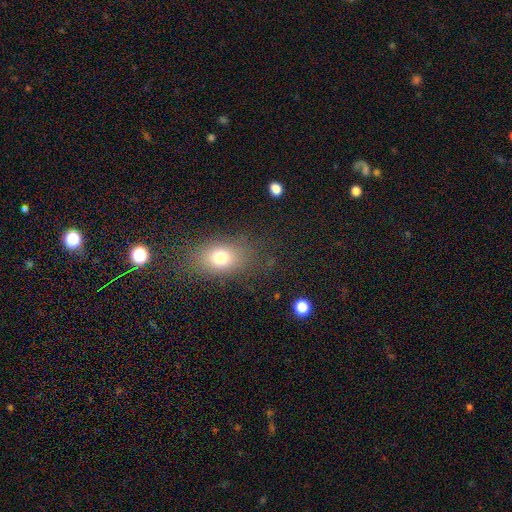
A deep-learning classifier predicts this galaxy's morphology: Smooth or featured? Predicted: smooth (p=0.67). How rounded? Predicted: in between (p=0.74). Merging? Predicted: none (p=0.83).